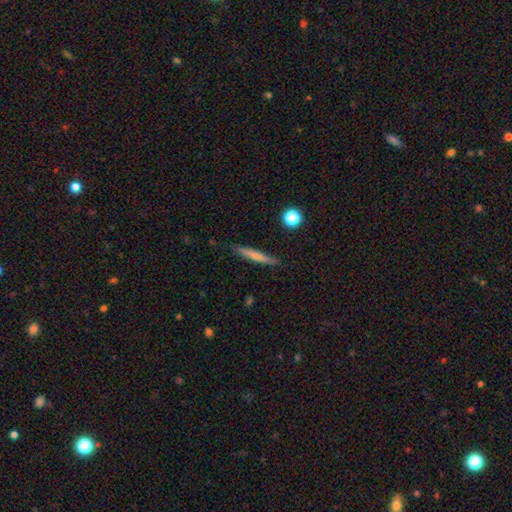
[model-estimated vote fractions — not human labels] Overall: smooth (59%; featured or disk 34%). How rounded: cigar-shaped (93%). Merging: none (85%).